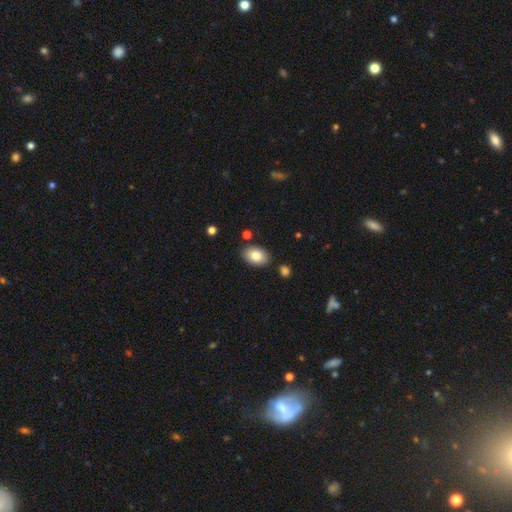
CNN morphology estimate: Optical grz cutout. It shows a smooth galaxy with no disk features (84%) that is in between round and cigar-shaped (89%). Merging: none (83%).